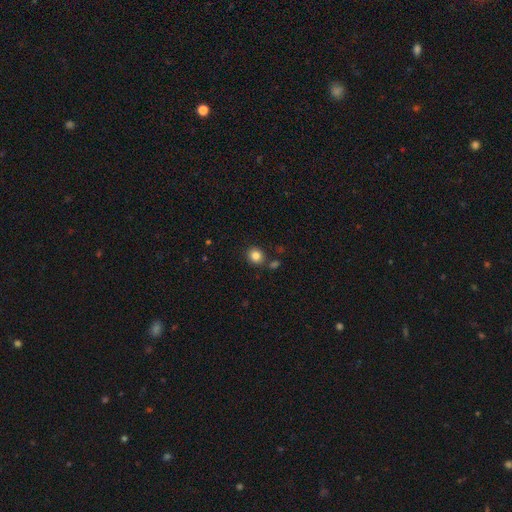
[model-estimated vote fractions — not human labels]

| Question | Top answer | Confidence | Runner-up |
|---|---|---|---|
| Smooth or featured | smooth | 84% | star or artifact (11%) |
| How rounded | round | 78% | in between (21%) |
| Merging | none | 81% | minor disturbance (9%) |